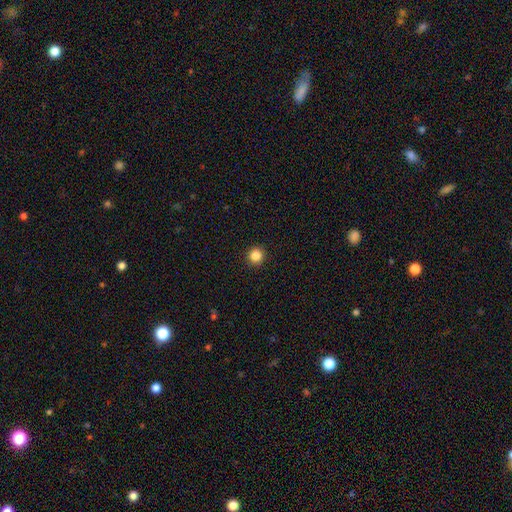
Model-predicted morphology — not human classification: Q: Smooth or featured?
A: smooth (85%); runner-up: star or artifact (11%)
Q: How rounded?
A: round (94%); runner-up: in between (5%)
Q: Merging?
A: none (93%); runner-up: minor disturbance (4%)